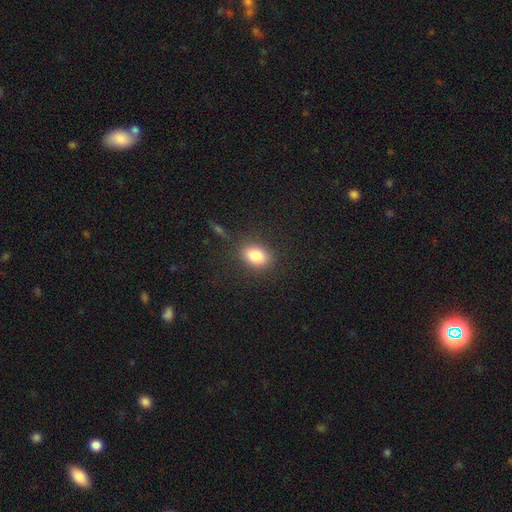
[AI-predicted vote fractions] This is clearly a smooth galaxy (84%). How rounded: likely in between (76%). Merging: clearly none (83%).